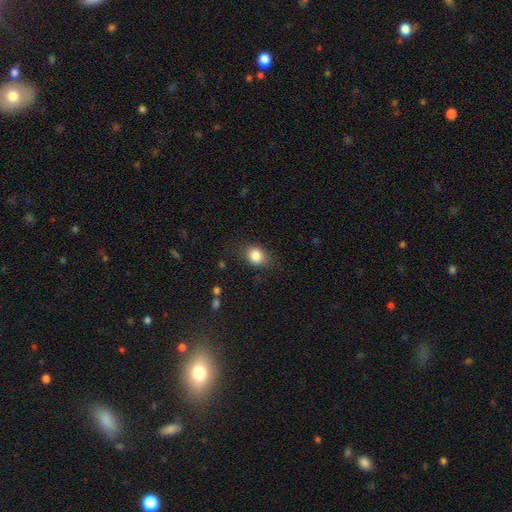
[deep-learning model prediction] smooth-or-featured: smooth: 84% | star or artifact: 9% | featured or disk: 7%
  how-rounded: round: 56% | in between: 43% | cigar-shaped: 1%
  merging: none: 73% | minor disturbance: 19% | major disturbance: 6% | merger: 1%